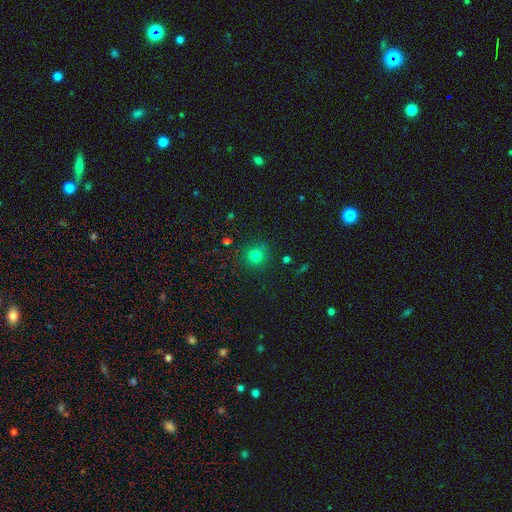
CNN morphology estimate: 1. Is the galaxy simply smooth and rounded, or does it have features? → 78% smooth, 16% star or artifact, 6% featured or disk.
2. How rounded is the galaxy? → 90% round, 9% in between, 1% cigar-shaped.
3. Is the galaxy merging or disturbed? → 84% none, 11% minor disturbance, 3% major disturbance, 2% merger.